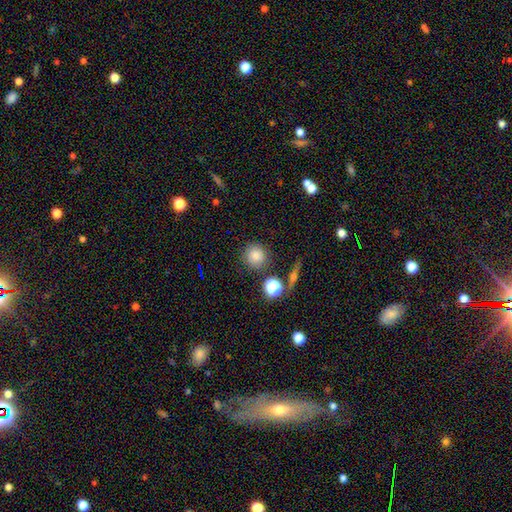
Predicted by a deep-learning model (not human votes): This appears to be a smooth galaxy with no disk features (79%) that is round (92%). Merging: none (83%).